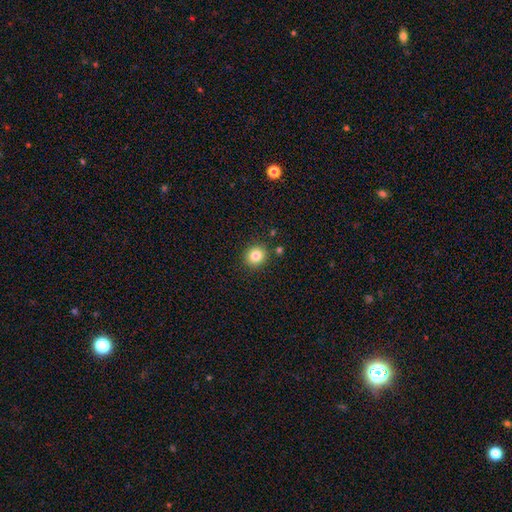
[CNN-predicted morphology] type=smooth (83%); roundness=round (85%); merging=none (88%).